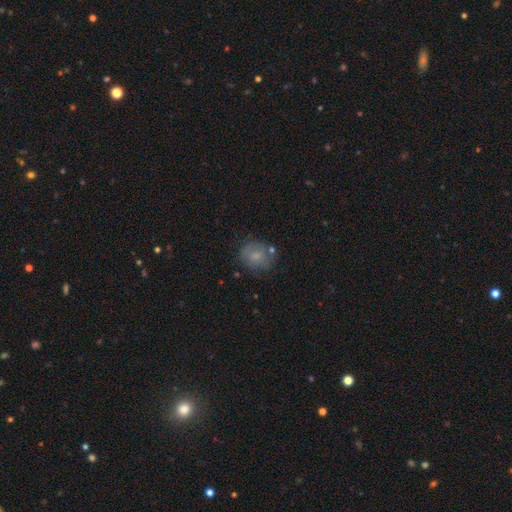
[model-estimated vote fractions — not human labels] This is likely a smooth galaxy (67%). How rounded: likely round (70%). Merging: likely none (67%).